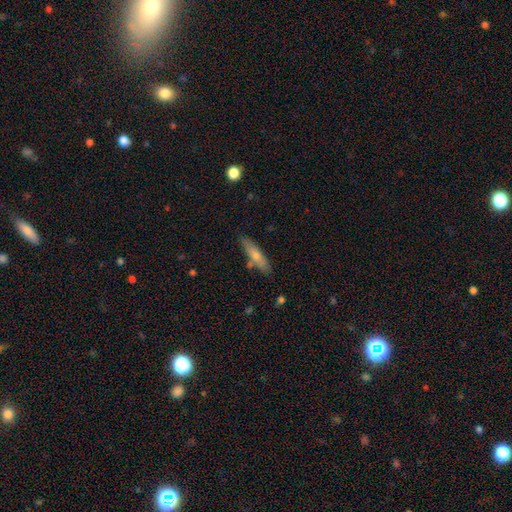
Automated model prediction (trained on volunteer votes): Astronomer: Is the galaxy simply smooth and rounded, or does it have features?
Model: smooth — 65%.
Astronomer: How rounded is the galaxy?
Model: cigar-shaped — 75%.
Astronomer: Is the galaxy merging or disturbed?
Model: none — 75%.